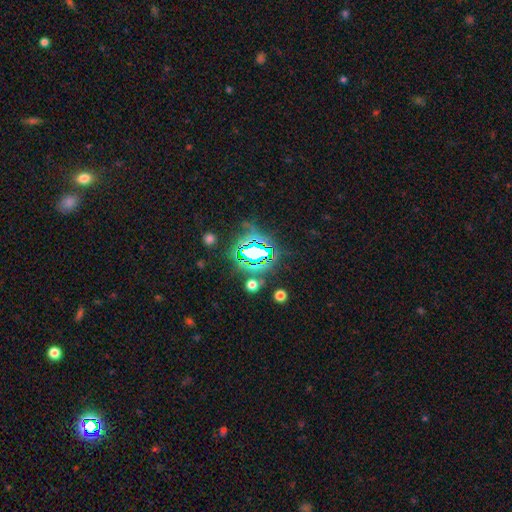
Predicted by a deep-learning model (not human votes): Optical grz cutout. It shows a star or artifact, not a galaxy (70%).